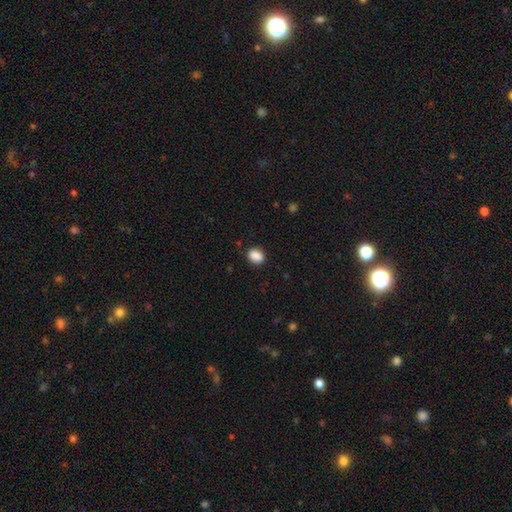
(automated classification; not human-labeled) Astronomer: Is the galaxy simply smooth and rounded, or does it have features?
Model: smooth — 89%.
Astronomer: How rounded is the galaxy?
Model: in between — 62%.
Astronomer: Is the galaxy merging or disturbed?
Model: none — 86%.